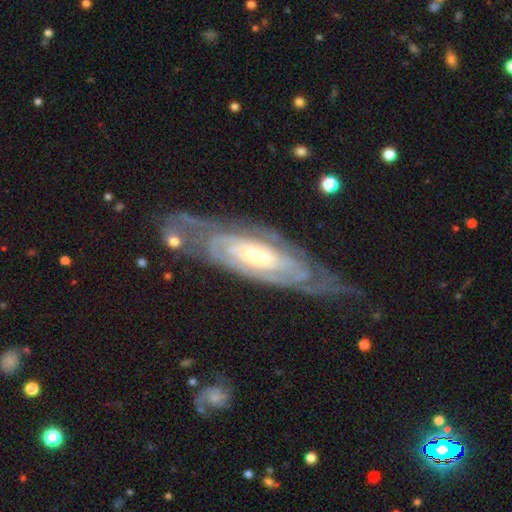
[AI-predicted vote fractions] Smooth or featured?
  - featured or disk: 85% *
  - smooth: 10%
  - star or artifact: 5%
Edge-on disk?
  - no: 86% *
  - yes: 14%
Bar?
  - no: 59% *
  - weak: 28%
  - strong: 13%
Spiral arms?
  - yes: 91% *
  - no: 9%
Spiral winding?
  - tight: 72% *
  - medium: 22%
  - loose: 6%
Spiral arm count?
  - can't tell: 47% *
  - 2: 27%
  - 3: 11%
  - 4: 6%
  - 1: 5%
  - more than 4: 4%
Bulge size?
  - moderate: 57% *
  - small: 29%
  - large: 11%
  - none: 2%
  - dominant: 2%
Merging?
  - none: 57% *
  - minor disturbance: 23%
  - major disturbance: 16%
  - merger: 5%